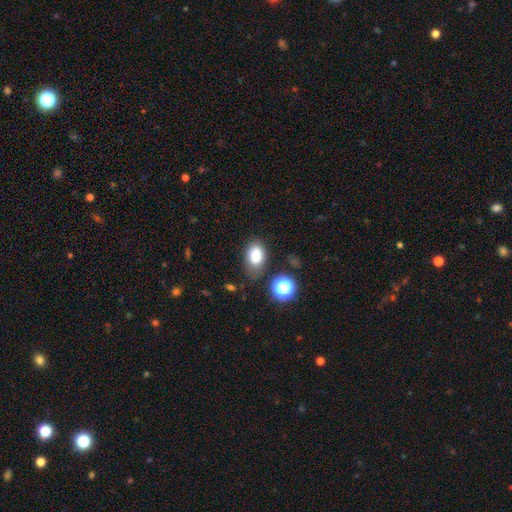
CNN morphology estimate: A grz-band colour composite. It shows a smooth galaxy with no disk features (82%) that is in between round and cigar-shaped (83%). Merging: none (69%).